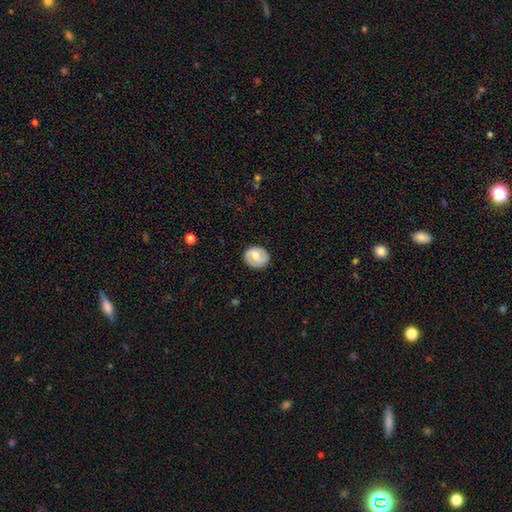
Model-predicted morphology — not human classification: A featured or disk galaxy (48%).

Vote fractions:
- Smooth or featured? featured or disk: 48% / smooth: 46% / star or artifact: 6%
- Merging? none: 86% / minor disturbance: 10% / major disturbance: 3% / merger: 1%